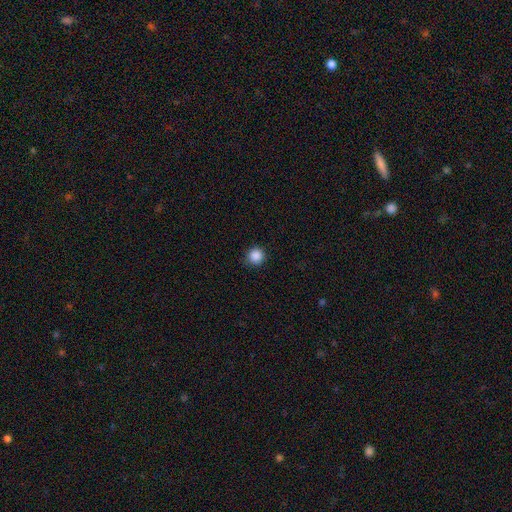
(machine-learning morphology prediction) The model was most divided on "smooth or featured": smooth: 88%, star or artifact: 10%, featured or disk: 3%. More confident: how rounded — round (95%); merging — none (89%).